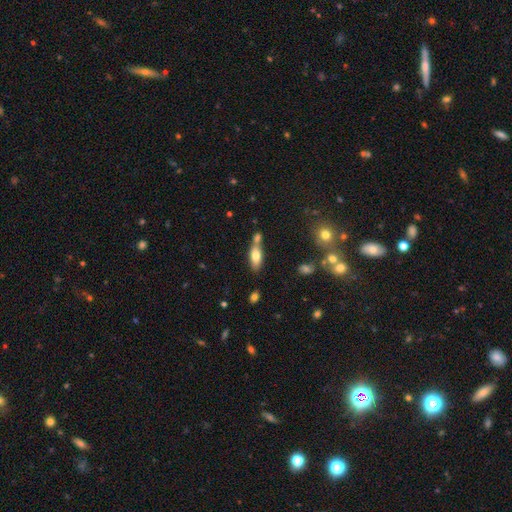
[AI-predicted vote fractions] This appears to be a smooth galaxy with no disk features (71%) that is in between round and cigar-shaped (74%). Merging: none (48%).